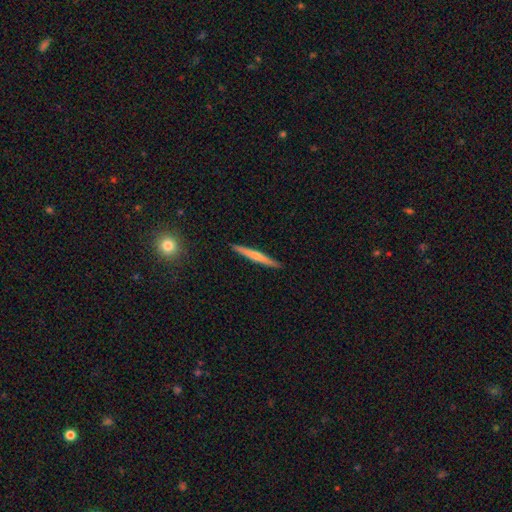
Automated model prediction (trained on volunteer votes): smooth_or_featured: smooth (p=0.48) [alt: featured or disk p=0.46]
merging: none (p=0.91) [alt: minor disturbance p=0.06]